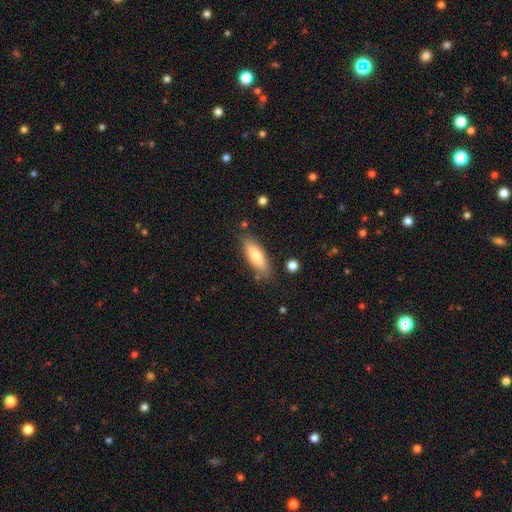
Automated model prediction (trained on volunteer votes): The model was most divided on "how rounded": in between: 53%, cigar-shaped: 45%, round: 2%. More confident: merging — none (83%); smooth or featured — smooth (73%).